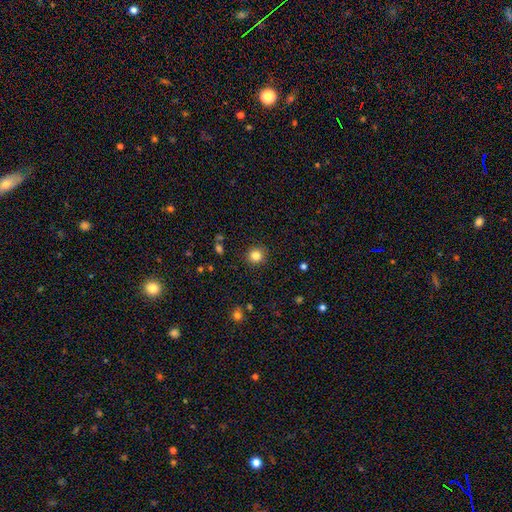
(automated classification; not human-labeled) This is clearly a smooth galaxy (83%). How rounded: clearly round (93%). Merging: clearly none (91%).